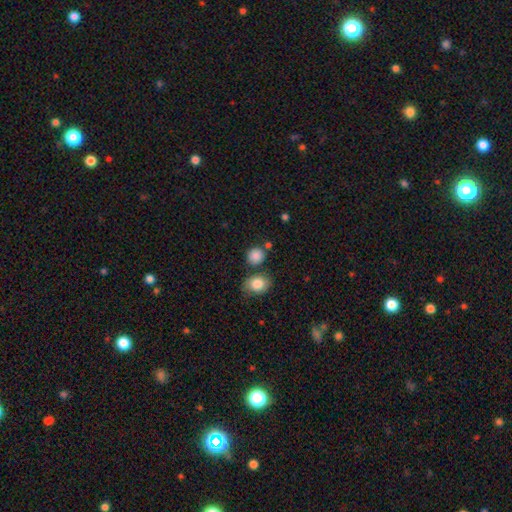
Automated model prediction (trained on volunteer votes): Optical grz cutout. It shows a smooth galaxy with no disk features (86%) that is round (83%). Merging: none (73%).